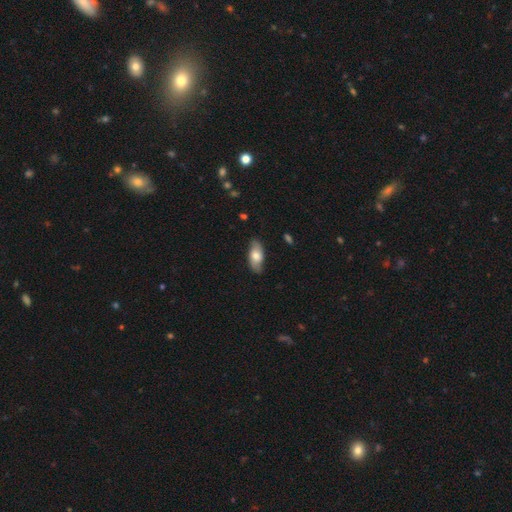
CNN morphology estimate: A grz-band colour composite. It shows a smooth galaxy with no disk features (64%) that is in between round and cigar-shaped (89%). Merging: none (80%).